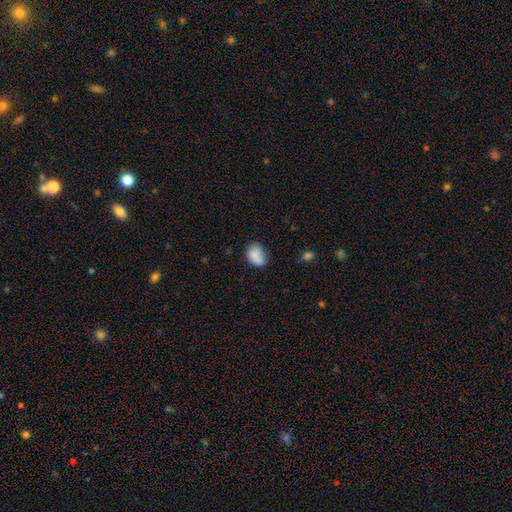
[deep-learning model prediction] Smooth or featured: smooth — 85% (star or artifact — 8%)
How rounded: in between — 76% (round — 23%)
Merging: none — 61% (minor disturbance — 30%)